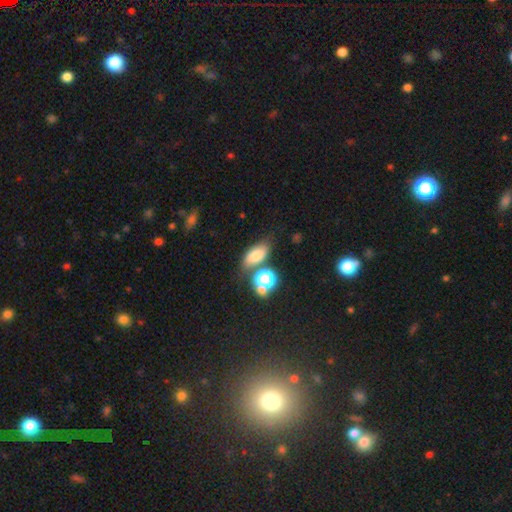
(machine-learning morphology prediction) smooth 74%, star or artifact 14%, featured or disk 12%. Down the decision tree: how rounded — in between (81%); merging — none (55%).